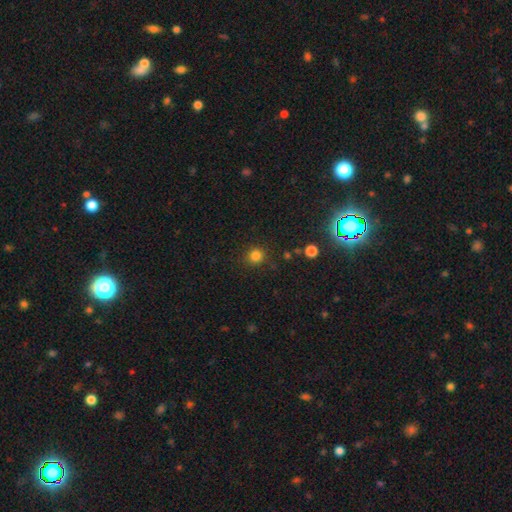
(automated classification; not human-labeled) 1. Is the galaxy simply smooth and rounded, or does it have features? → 82% smooth, 14% star or artifact, 4% featured or disk.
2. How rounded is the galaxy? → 90% round, 9% in between, 1% cigar-shaped.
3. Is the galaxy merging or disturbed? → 87% none, 8% minor disturbance, 3% major disturbance, 2% merger.